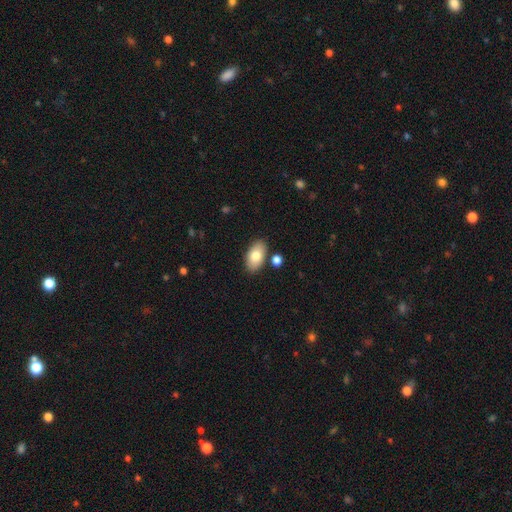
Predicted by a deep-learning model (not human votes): smooth-or-featured: smooth: 80% | featured or disk: 14% | star or artifact: 7%
  how-rounded: in between: 94% | round: 4% | cigar-shaped: 2%
  merging: none: 83% | minor disturbance: 10% | merger: 5% | major disturbance: 2%